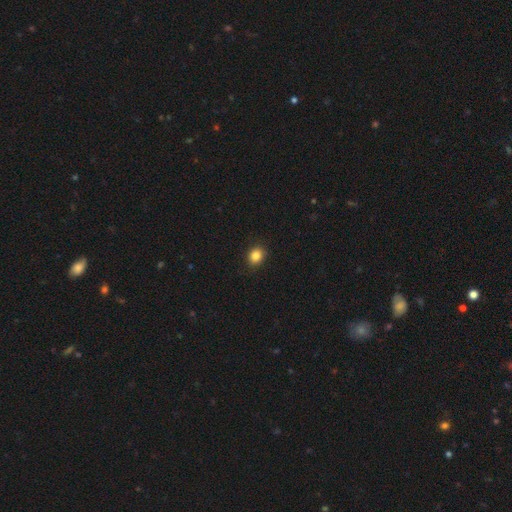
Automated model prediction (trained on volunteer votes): A smooth galaxy with no disk features (85%) that is round (58%).

Vote fractions:
- Smooth or featured? smooth: 85% / star or artifact: 10% / featured or disk: 4%
- How rounded? round: 58% / in between: 41% / cigar-shaped: 1%
- Merging? none: 89% / minor disturbance: 8% / major disturbance: 2% / merger: 1%